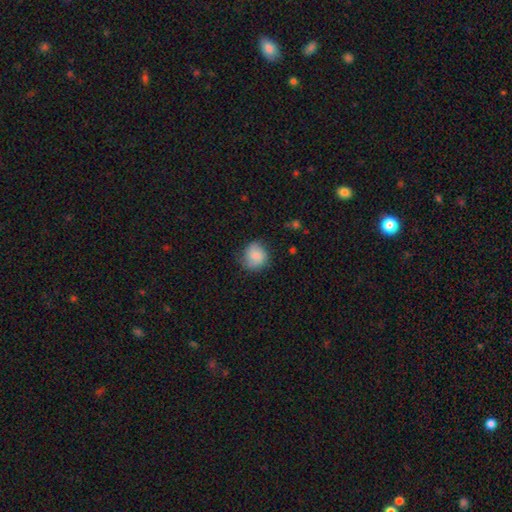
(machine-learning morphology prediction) Smooth or featured? Predicted: smooth (p=0.80). How rounded? Predicted: round (p=0.82). Merging? Predicted: none (p=0.71).